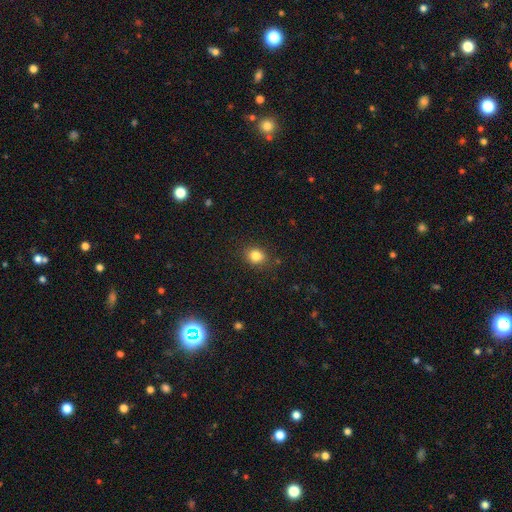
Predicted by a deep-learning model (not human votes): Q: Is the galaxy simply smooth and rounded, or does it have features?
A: smooth — 82%.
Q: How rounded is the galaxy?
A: round — 66%.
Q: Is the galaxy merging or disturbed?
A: none — 86%.